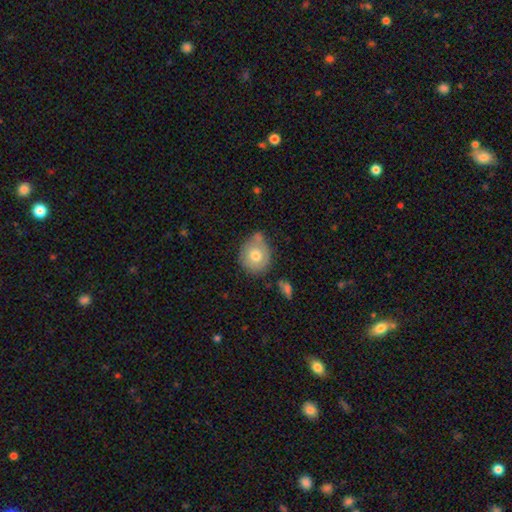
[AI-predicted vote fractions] Smooth or featured?
  - smooth: 73% *
  - featured or disk: 19%
  - star or artifact: 8%
How rounded?
  - round: 77% *
  - in between: 22%
  - cigar-shaped: 1%
Merging?
  - none: 58% *
  - minor disturbance: 23%
  - merger: 14%
  - major disturbance: 5%